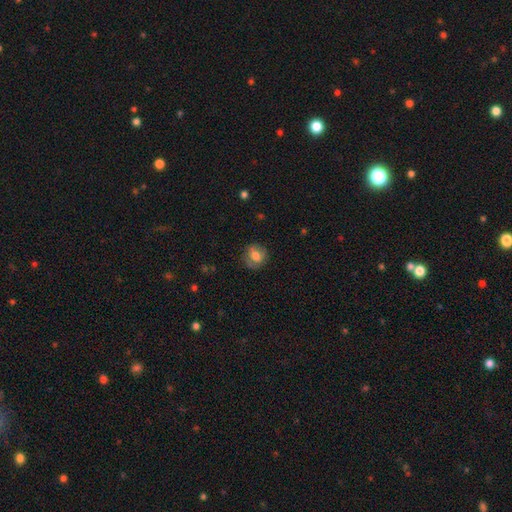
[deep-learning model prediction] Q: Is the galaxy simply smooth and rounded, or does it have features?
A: smooth — 68%.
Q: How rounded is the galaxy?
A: round — 67%.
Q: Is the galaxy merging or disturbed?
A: none — 75%.